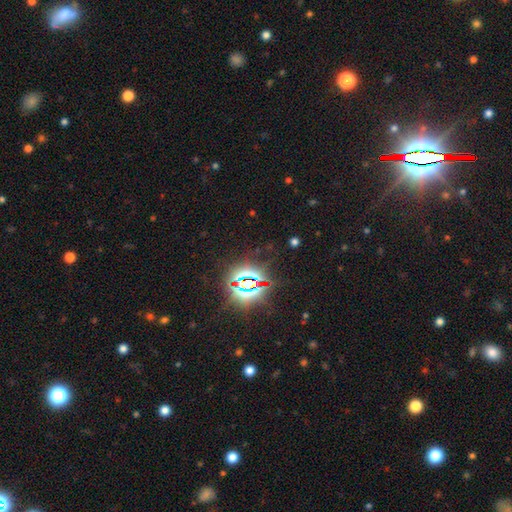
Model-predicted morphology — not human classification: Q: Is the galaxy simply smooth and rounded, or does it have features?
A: star or artifact — 85%.